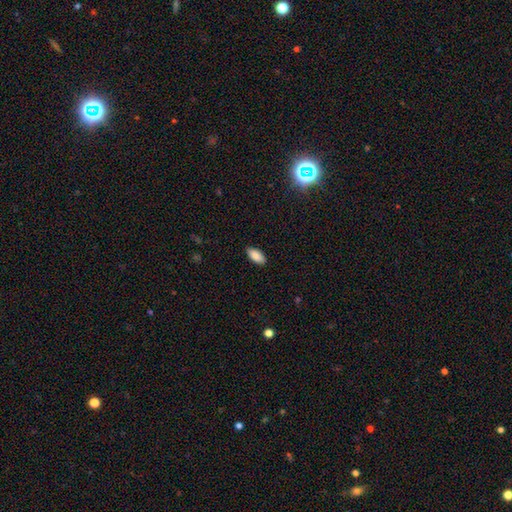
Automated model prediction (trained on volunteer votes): Smooth or featured: smooth — 88% (star or artifact — 7%)
How rounded: in between — 88% (cigar-shaped — 10%)
Merging: none — 87% (minor disturbance — 9%)